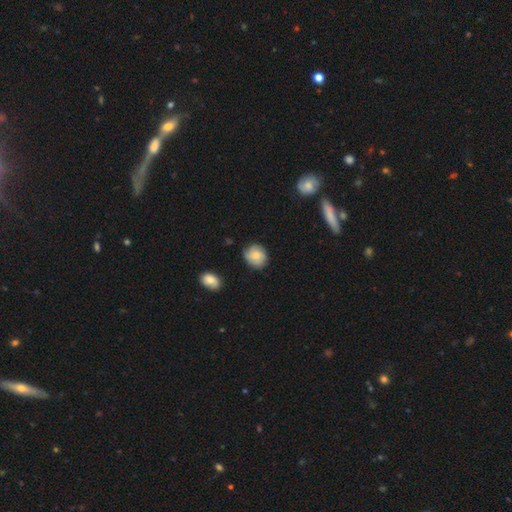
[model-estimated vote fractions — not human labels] A smooth galaxy with no disk features (70%) that is round (75%). Merging: none (74%).